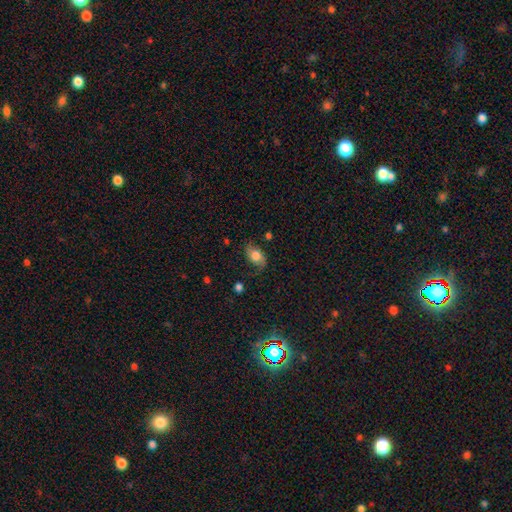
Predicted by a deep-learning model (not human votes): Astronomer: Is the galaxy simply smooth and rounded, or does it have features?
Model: smooth — 63%.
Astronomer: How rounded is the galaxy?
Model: in between — 84%.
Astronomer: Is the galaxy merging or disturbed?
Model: none — 65%.